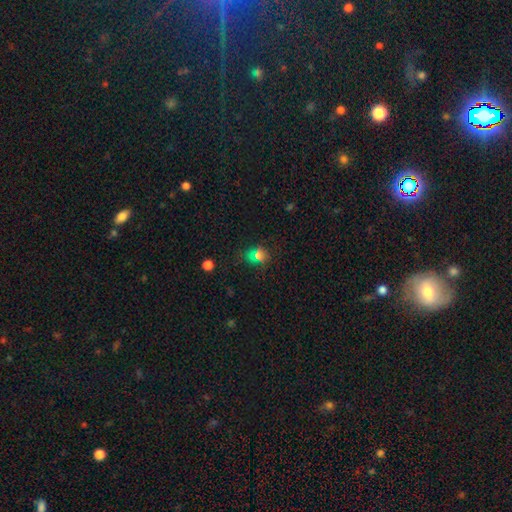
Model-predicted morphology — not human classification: smooth 64%, star or artifact 27%, featured or disk 10%. Down the decision tree: how rounded — round (61%); merging — none (74%).